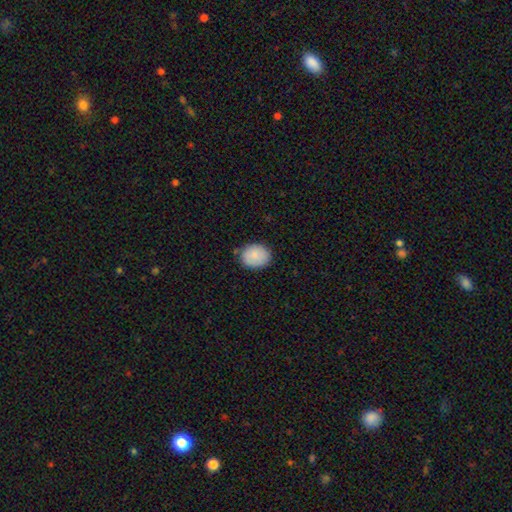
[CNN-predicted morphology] The model was most divided on "how rounded": round: 54%, in between: 45%, cigar-shaped: 1%. More confident: smooth or featured — smooth (86%); merging — none (80%).